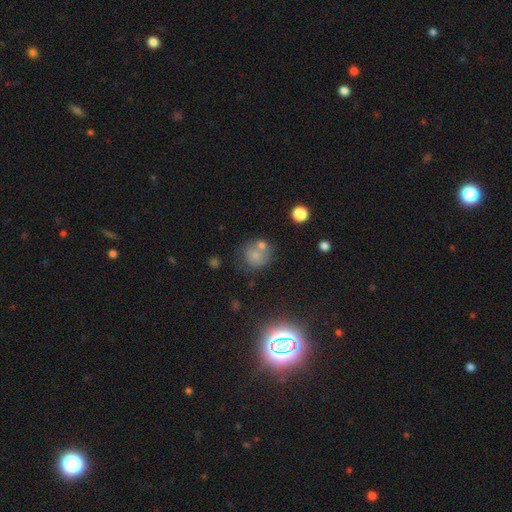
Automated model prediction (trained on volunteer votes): Overall: smooth (68%). How rounded: round (82%). Merging: none (48%; merger 26%).